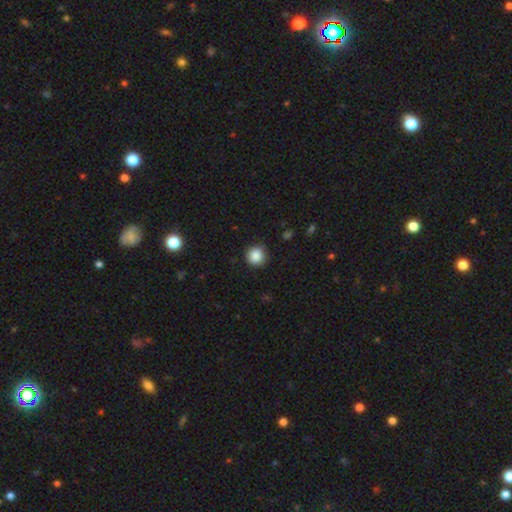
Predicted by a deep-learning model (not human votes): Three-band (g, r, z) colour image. It shows a smooth galaxy with no disk features (86%) that is round (94%). Merging: none (85%).